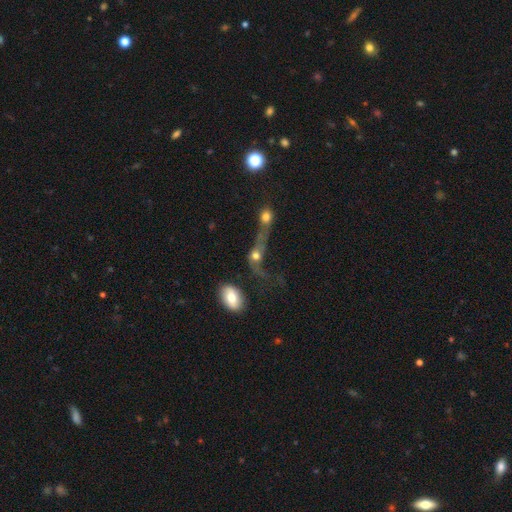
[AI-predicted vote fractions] A smooth galaxy with no disk features (51%) that is in between round and cigar-shaped (50%).

Vote fractions:
- Smooth or featured? smooth: 51% / featured or disk: 36% / star or artifact: 14%
- How rounded? in between: 50% / round: 41% / cigar-shaped: 9%
- Merging? merger: 48% / major disturbance: 26% / none: 17% / minor disturbance: 9%